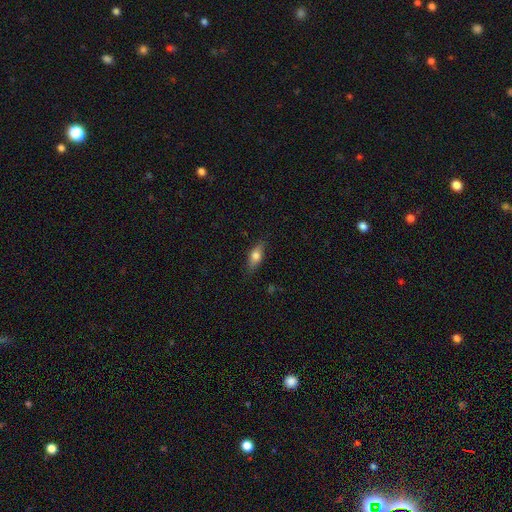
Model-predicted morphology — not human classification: smooth-or-featured: smooth: 66% | featured or disk: 27% | star or artifact: 7%
  how-rounded: in between: 71% | cigar-shaped: 25% | round: 5%
  merging: none: 82% | minor disturbance: 14% | major disturbance: 3% | merger: 1%